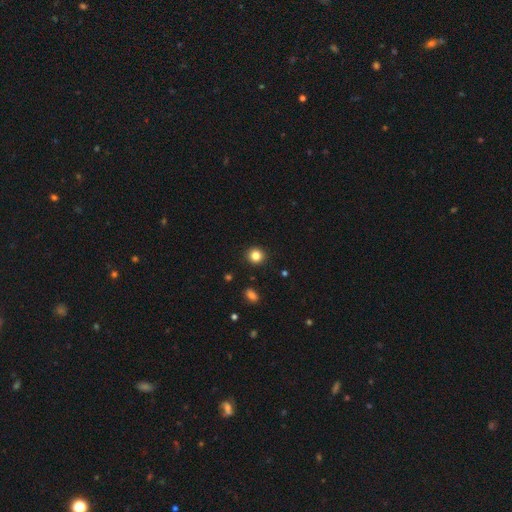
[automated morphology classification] This appears to be a smooth galaxy with no disk features (84%) that is round (91%). Merging: none (92%).